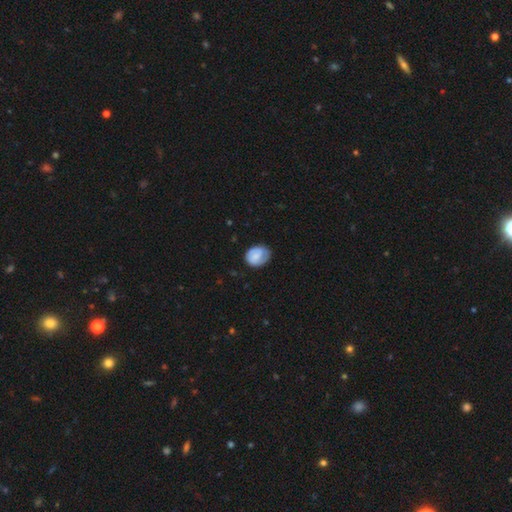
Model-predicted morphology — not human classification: Smooth or featured: smooth — 59% (featured or disk — 34%)
How rounded: round — 50% (in between — 49%)
Merging: none — 63% (minor disturbance — 27%)